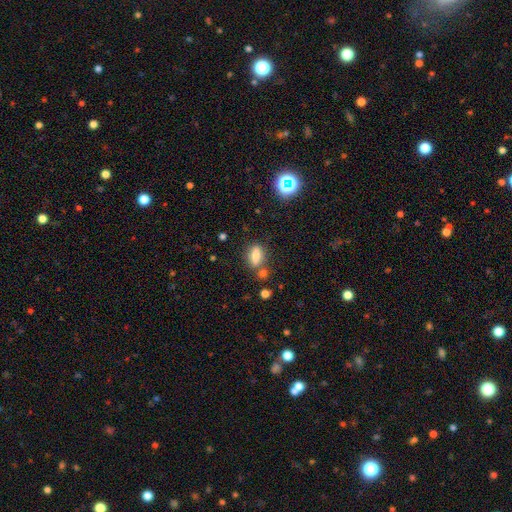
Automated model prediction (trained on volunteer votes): The model was most divided on "how rounded": in between: 67%, cigar-shaped: 25%, round: 8%. More confident: smooth or featured — smooth (75%); merging — none (67%).